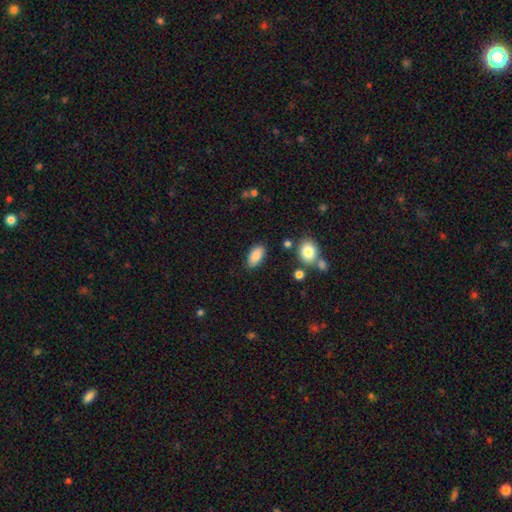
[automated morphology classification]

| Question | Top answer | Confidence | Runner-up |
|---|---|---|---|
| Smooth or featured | smooth | 87% | star or artifact (7%) |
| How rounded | in between | 91% | cigar-shaped (5%) |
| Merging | none | 84% | minor disturbance (11%) |